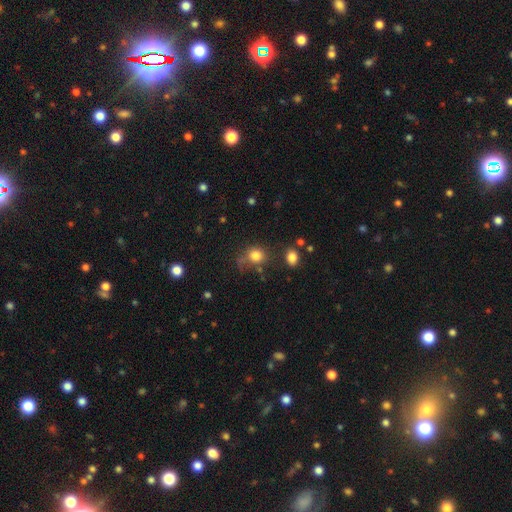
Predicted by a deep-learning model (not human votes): Overall: smooth (80%). How rounded: round (72%). Merging: none (58%; minor disturbance 22%).